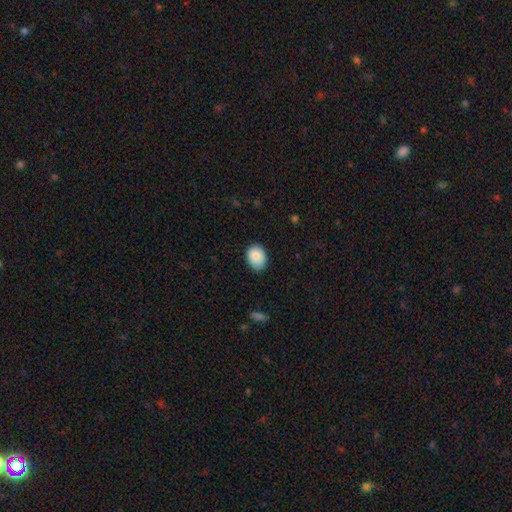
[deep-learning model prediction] Q: Smooth or featured?
A: smooth (87%); runner-up: star or artifact (8%)
Q: How rounded?
A: in between (57%); runner-up: round (42%)
Q: Merging?
A: none (80%); runner-up: minor disturbance (16%)